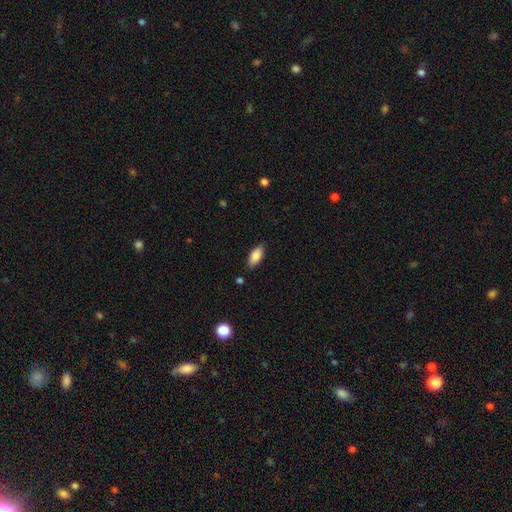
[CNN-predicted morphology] A smooth galaxy with no disk features (85%) that is in between round and cigar-shaped (86%). Merging: none (84%).